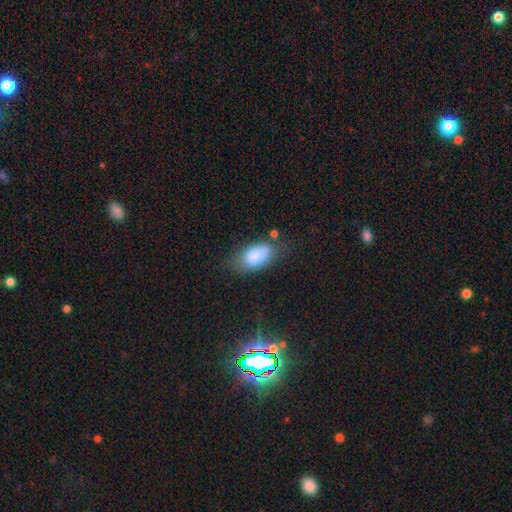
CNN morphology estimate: smooth 81%, featured or disk 12%, star or artifact 8%. Down the decision tree: how rounded — in between (91%); merging — none (55%).